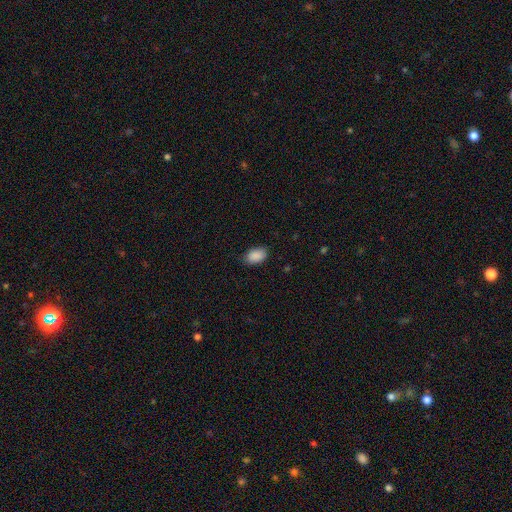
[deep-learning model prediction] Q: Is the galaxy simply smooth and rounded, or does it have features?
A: smooth — 90%.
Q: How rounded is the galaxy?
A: in between — 91%.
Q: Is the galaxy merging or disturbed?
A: none — 83%.